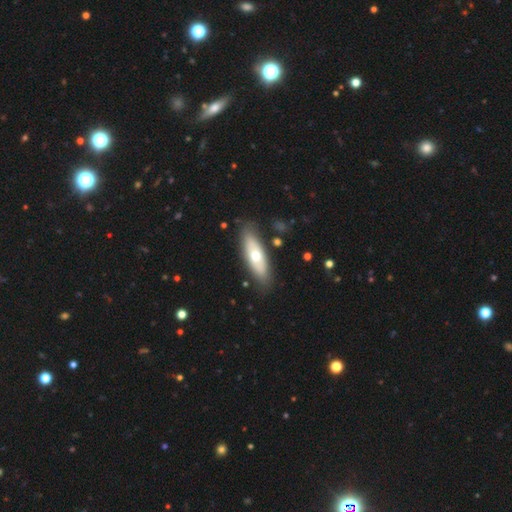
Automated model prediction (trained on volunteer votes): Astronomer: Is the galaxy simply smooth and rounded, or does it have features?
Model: smooth — 53% (runner-up: featured or disk, 41%).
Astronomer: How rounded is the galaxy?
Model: in between — 58% (runner-up: cigar-shaped, 39%).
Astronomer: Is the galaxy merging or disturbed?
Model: none — 85%.